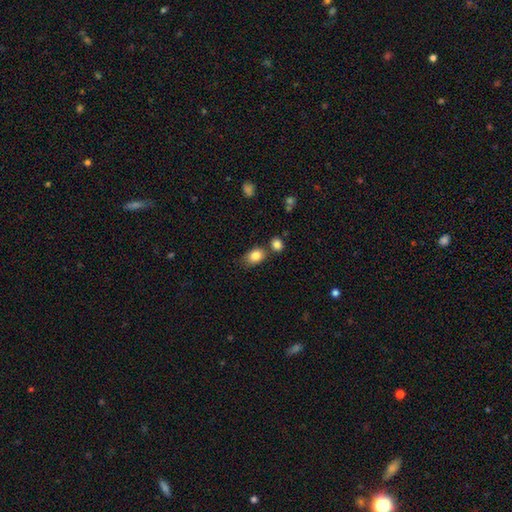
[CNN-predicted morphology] Q: Smooth or featured?
A: smooth (84%); runner-up: star or artifact (9%)
Q: How rounded?
A: in between (74%); runner-up: round (25%)
Q: Merging?
A: none (64%); runner-up: minor disturbance (17%)